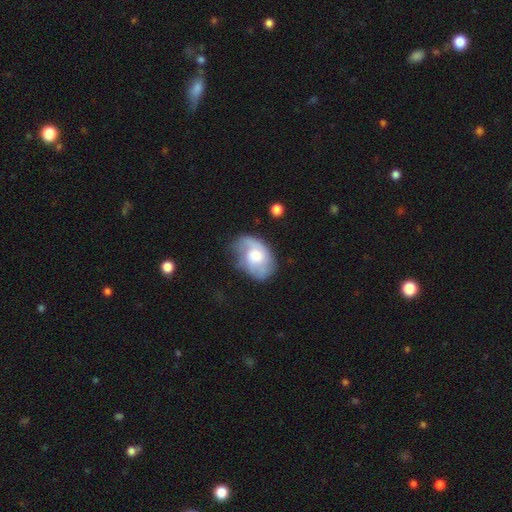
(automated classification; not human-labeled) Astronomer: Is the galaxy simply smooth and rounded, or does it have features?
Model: featured or disk — 57% (runner-up: smooth, 37%).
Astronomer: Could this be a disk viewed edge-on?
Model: no — 96%.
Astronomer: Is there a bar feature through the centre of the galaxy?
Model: no — 72%.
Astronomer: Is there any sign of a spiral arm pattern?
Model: yes — 79%.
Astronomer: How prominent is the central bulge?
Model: moderate — 46% (runner-up: large, 30%).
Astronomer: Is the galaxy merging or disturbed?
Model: none — 46% (runner-up: minor disturbance, 31%).